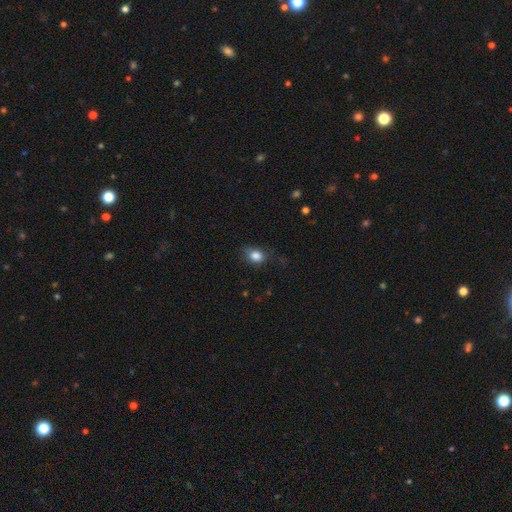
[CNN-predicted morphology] Overall: smooth (84%). How rounded: in between (63%; round 36%). Merging: none (66%).